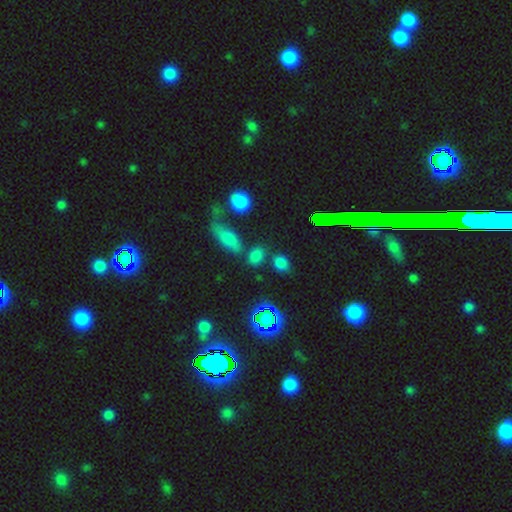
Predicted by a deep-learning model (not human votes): Morphology: type=smooth (72%); roundness=in between (59%); merging=none (67%).